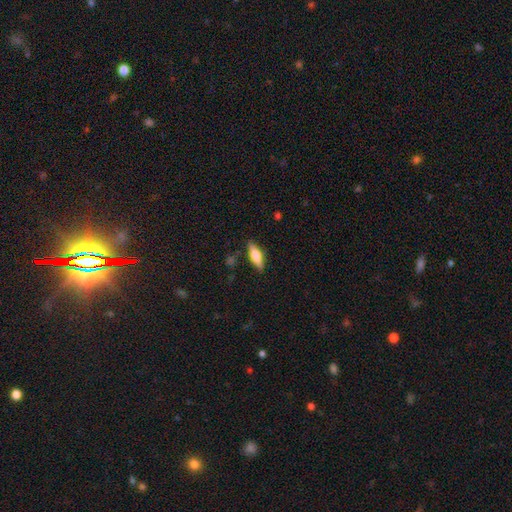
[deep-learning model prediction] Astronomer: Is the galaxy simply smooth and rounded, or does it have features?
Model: smooth — 55% (runner-up: featured or disk, 38%).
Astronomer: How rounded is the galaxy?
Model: cigar-shaped — 49% (runner-up: in between, 48%).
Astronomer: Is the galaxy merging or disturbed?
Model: none — 86%.